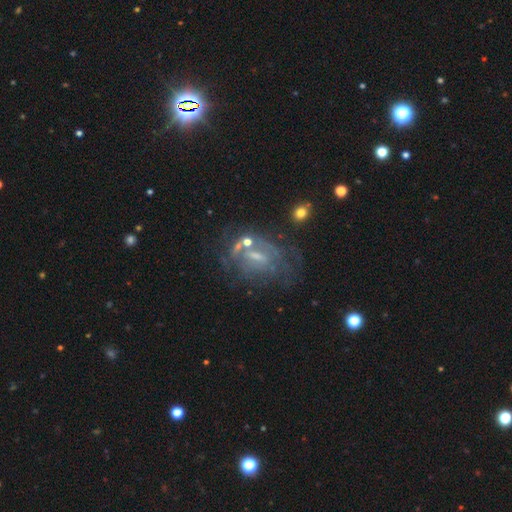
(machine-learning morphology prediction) featured or disk 68%, star or artifact 16%, smooth 15%. Down the decision tree: edge-on disk — no (93%); bar — weak (45%); spiral arms — yes (61%); bulge size — small (49%); merging — none (48%).